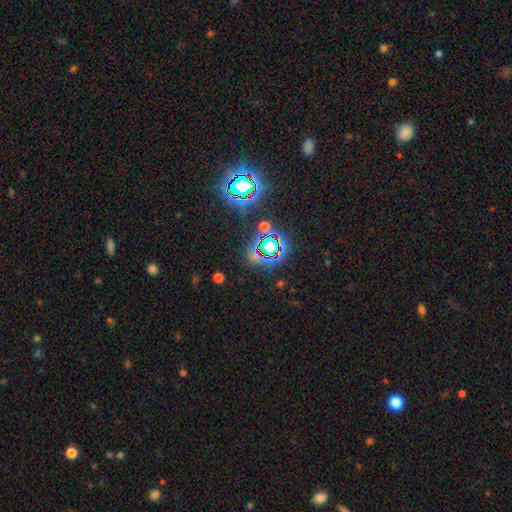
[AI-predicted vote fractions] star or artifact 71%, smooth 19%, featured or disk 10%.